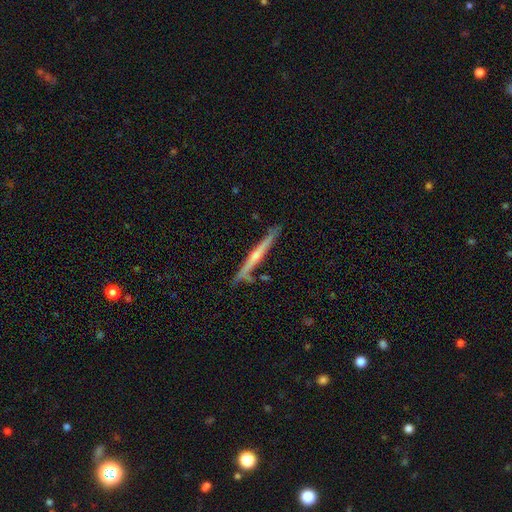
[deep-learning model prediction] Smooth or featured? featured or disk (68%)
Edge-on disk? yes (97%)
Edge-on bulge? rounded (64%)
Merging? none (80%)